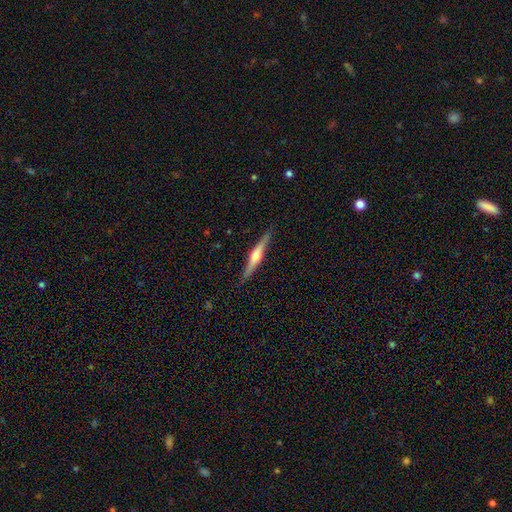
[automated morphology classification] smooth-or-featured: featured or disk: 64% | smooth: 31% | star or artifact: 5%
  disk-edge-on: yes: 97% | no: 3%
    edge-on-bulge: rounded: 83% | boxy: 10% | none: 7%
  merging: none: 87% | minor disturbance: 10% | major disturbance: 2% | merger: 1%